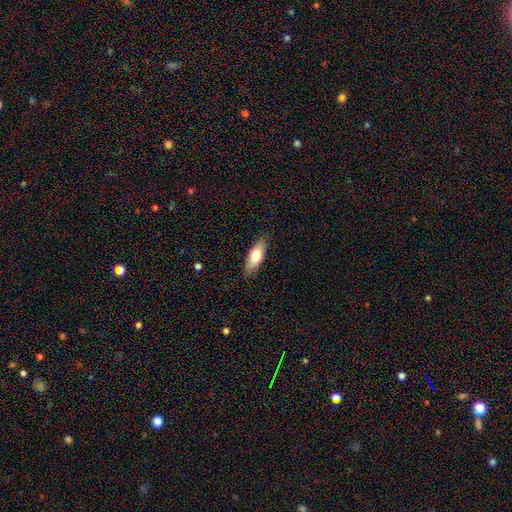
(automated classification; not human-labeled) This is likely a smooth galaxy (73%). How rounded: likely in between (69%). Merging: clearly none (87%).